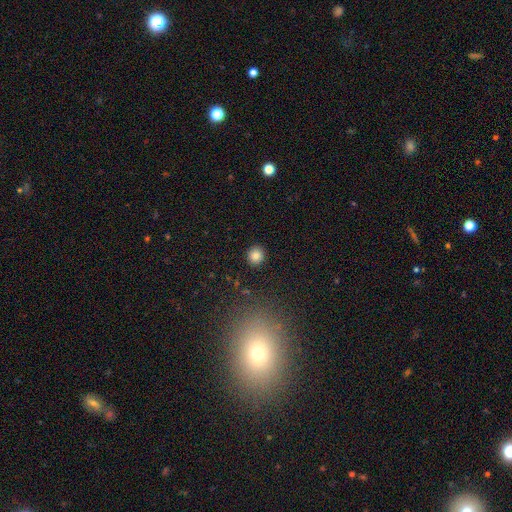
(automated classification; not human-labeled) Overall: smooth (84%). How rounded: round (90%). Merging: none (91%).